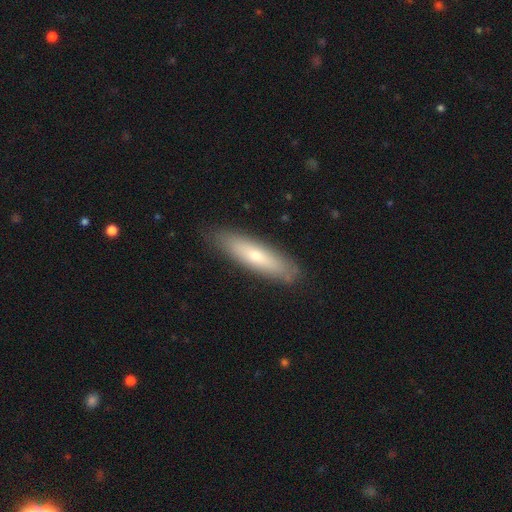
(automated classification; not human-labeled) Q: Smooth or featured?
A: smooth (58%); runner-up: featured or disk (35%)
Q: How rounded?
A: cigar-shaped (70%); runner-up: in between (28%)
Q: Merging?
A: none (86%); runner-up: minor disturbance (11%)